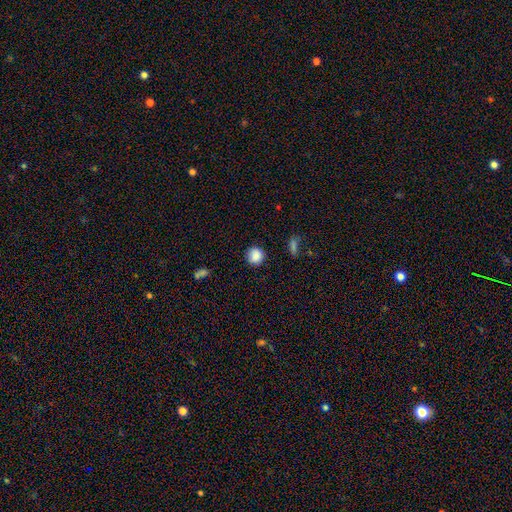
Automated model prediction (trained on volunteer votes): Smooth or featured?
  - smooth: 87% *
  - star or artifact: 9%
  - featured or disk: 3%
How rounded?
  - round: 92% *
  - in between: 7%
  - cigar-shaped: 1%
Merging?
  - none: 88% *
  - minor disturbance: 8%
  - major disturbance: 3%
  - merger: 2%